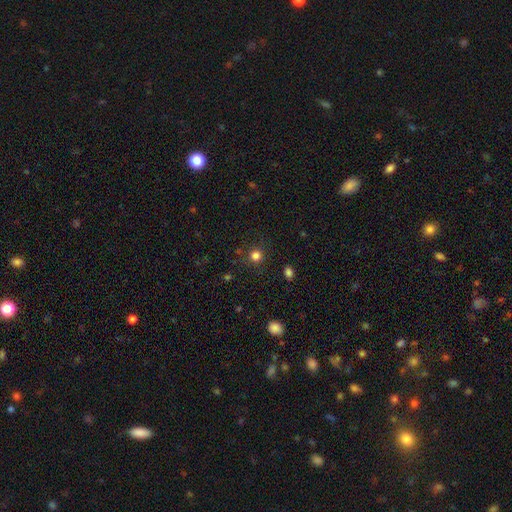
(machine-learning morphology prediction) type=smooth (80%); roundness=round (92%); merging=none (85%).